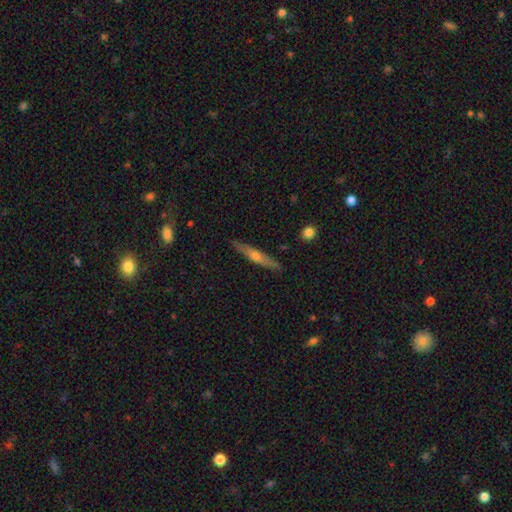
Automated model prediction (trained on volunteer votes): This appears to be a featured or disk galaxy (66%) viewed edge-on (95%) with a rounded central bulge (87%). Merging: none (88%).